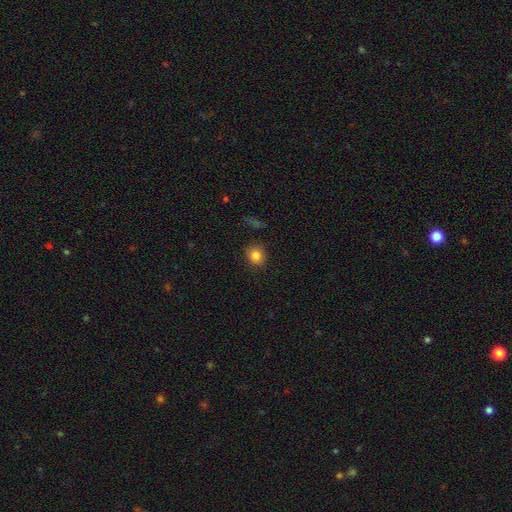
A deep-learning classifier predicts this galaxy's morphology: Smooth or featured? Predicted: smooth (p=0.83). How rounded? Predicted: round (p=0.75). Merging? Predicted: none (p=0.83).